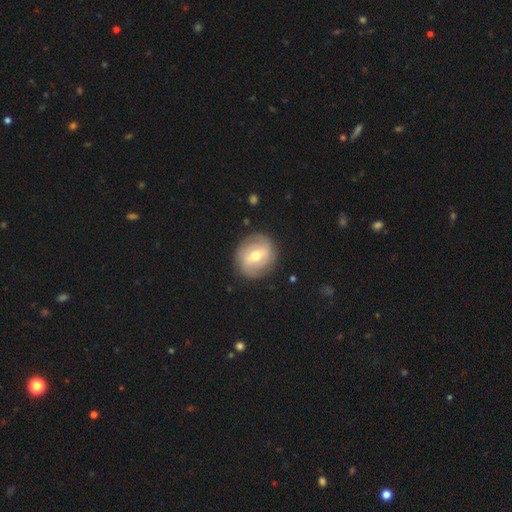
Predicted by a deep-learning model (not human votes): smooth_or_featured: featured or disk (p=0.63) [alt: smooth p=0.30]
disk_edge_on: no (p=0.96) [alt: yes p=0.04]
bar: weak (p=0.48) [alt: strong p=0.28]
has_spiral_arms: yes (p=0.71) [alt: no p=0.29]
bulge_size: moderate (p=0.75) [alt: small p=0.17]
merging: none (p=0.83) [alt: minor disturbance p=0.12]